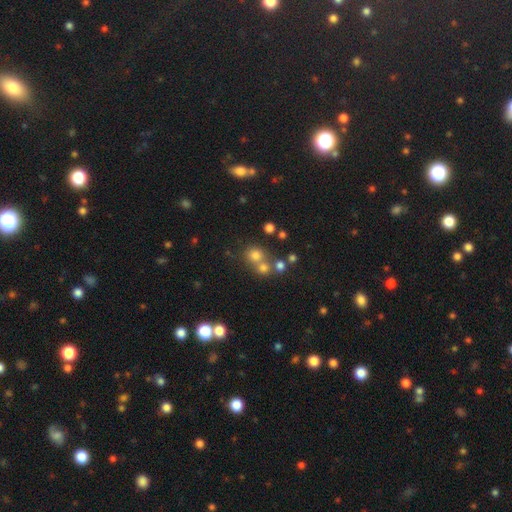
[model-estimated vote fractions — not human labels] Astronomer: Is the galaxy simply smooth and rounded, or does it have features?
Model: smooth — 71%.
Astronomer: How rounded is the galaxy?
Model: round — 85%.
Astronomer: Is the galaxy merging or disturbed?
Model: none — 52% (runner-up: merger, 37%).